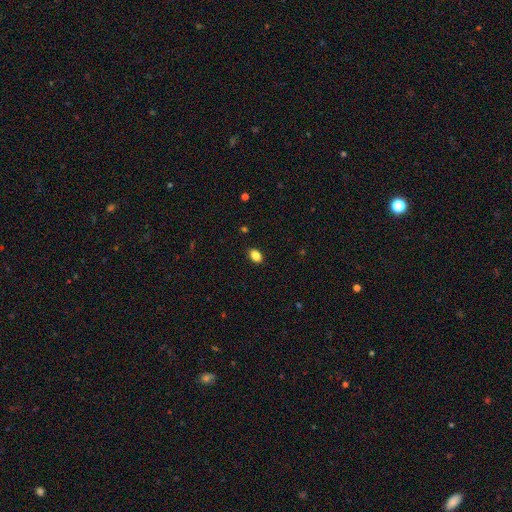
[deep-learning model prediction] Morphology: type=smooth (86%); roundness=in between (84%); merging=none (89%).